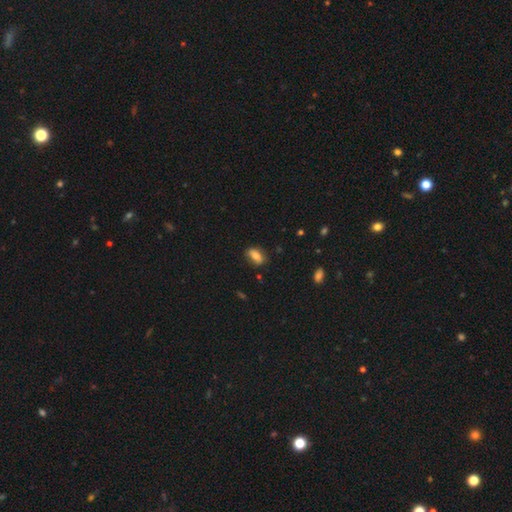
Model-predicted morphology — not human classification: Q: Smooth or featured?
A: smooth (73%); runner-up: featured or disk (19%)
Q: How rounded?
A: in between (82%); runner-up: cigar-shaped (10%)
Q: Merging?
A: none (78%); runner-up: minor disturbance (16%)